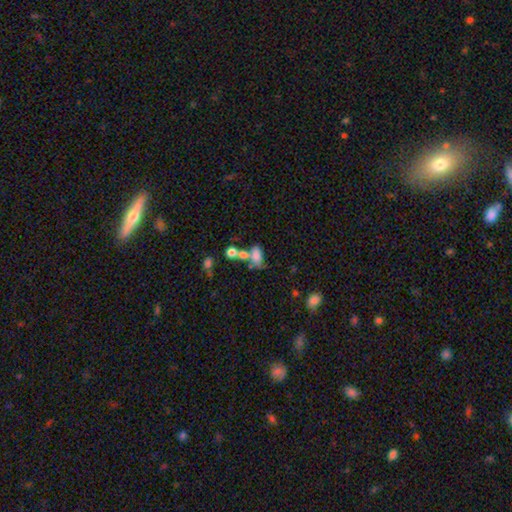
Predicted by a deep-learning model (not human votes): A smooth galaxy with no disk features (71%) that is in between round and cigar-shaped (85%). Merging: merger (49%).